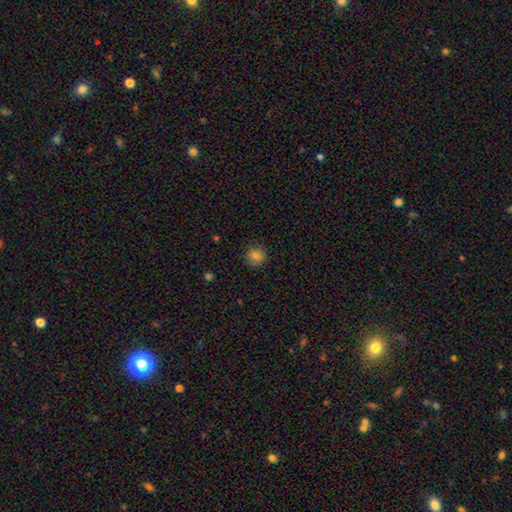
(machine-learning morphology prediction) Smooth or featured?
  - smooth: 82% *
  - star or artifact: 11%
  - featured or disk: 7%
How rounded?
  - round: 90% *
  - in between: 9%
  - cigar-shaped: 1%
Merging?
  - none: 89% *
  - minor disturbance: 8%
  - major disturbance: 2%
  - merger: 1%